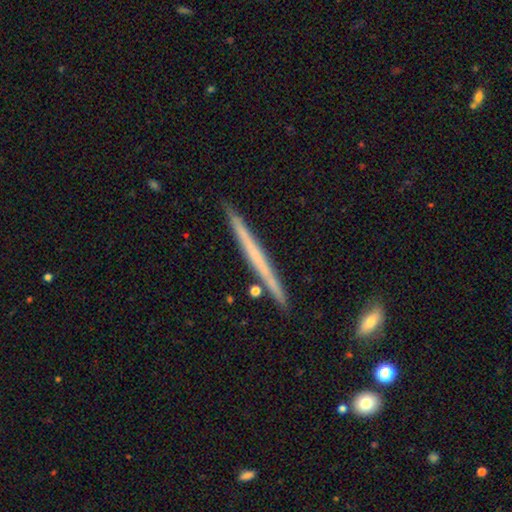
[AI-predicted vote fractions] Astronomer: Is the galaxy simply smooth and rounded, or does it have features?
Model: featured or disk — 53% (runner-up: smooth, 42%).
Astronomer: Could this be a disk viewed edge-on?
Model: yes — 97%.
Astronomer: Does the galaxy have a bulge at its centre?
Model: none — 91%.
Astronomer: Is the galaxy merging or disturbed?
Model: none — 89%.